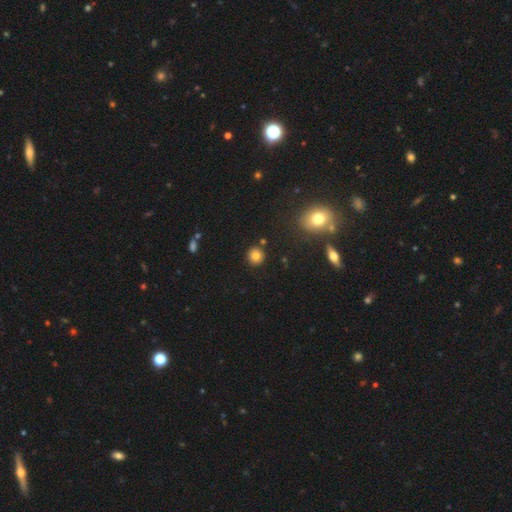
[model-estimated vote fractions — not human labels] This appears to be a smooth galaxy with no disk features (81%) that is round (92%). Merging: none (88%).